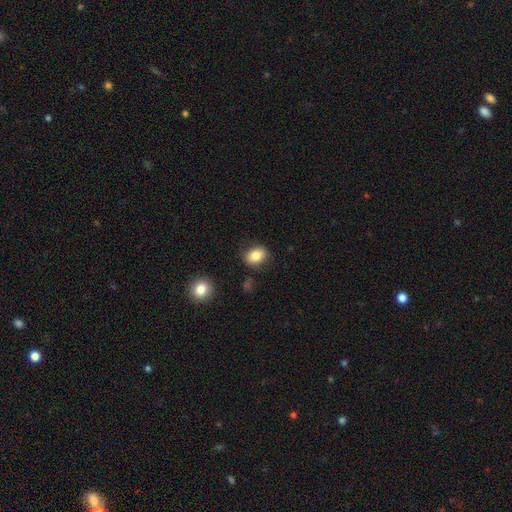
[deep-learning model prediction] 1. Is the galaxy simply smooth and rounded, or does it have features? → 83% smooth, 9% star or artifact, 8% featured or disk.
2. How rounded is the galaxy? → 62% in between, 37% round, 1% cigar-shaped.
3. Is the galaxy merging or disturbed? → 81% none, 13% minor disturbance, 4% major disturbance, 2% merger.